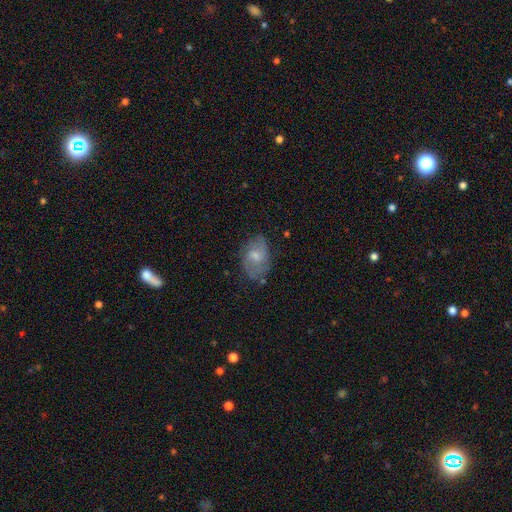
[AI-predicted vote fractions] A featured or disk galaxy (58%) with no bar (57%), spiral arms (80%) and a moderate central bulge (50%).

Vote fractions:
- Smooth or featured? featured or disk: 58% / smooth: 32% / star or artifact: 10%
- Edge-on disk? no: 96% / yes: 4%
- Bar? no: 57% / weak: 37% / strong: 5%
- Spiral arms? yes: 80% / no: 20%
- Bulge size? moderate: 50% / small: 39% / none: 6% / large: 3% / dominant: 1%
- Merging? none: 68% / minor disturbance: 22% / major disturbance: 8% / merger: 2%